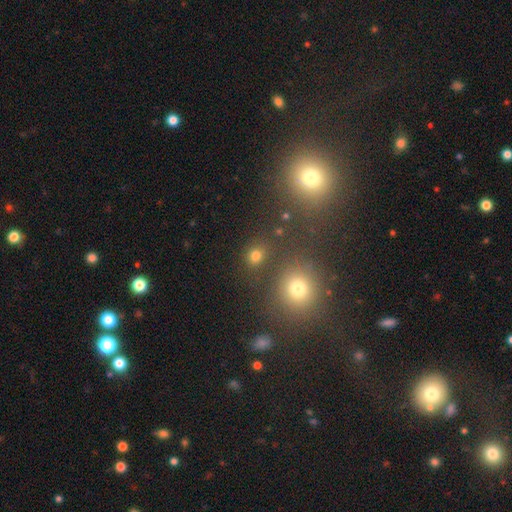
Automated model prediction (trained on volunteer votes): Morphology: type=smooth (74%); roundness=round (71%); merging=none (77%).